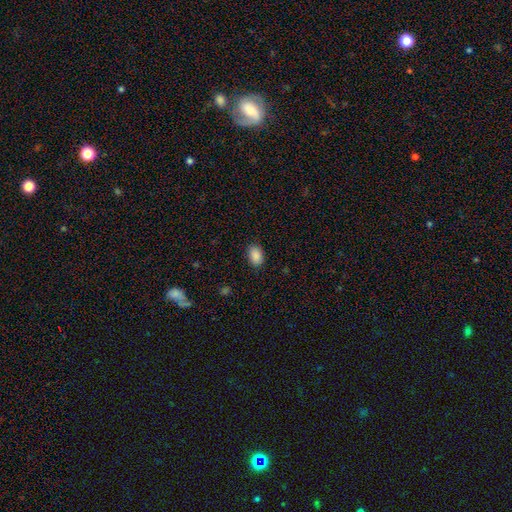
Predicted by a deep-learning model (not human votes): A smooth galaxy with no disk features (89%) that is in between round and cigar-shaped (85%). Merging: none (88%).